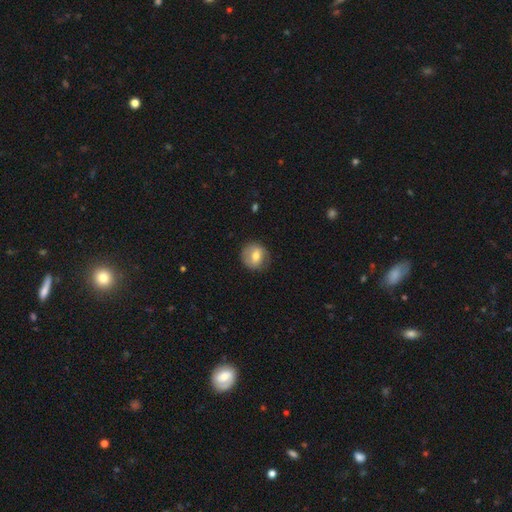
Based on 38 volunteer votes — This is likely a smooth galaxy (66%). How rounded: likely round (76%). Merging: clearly none (80%).